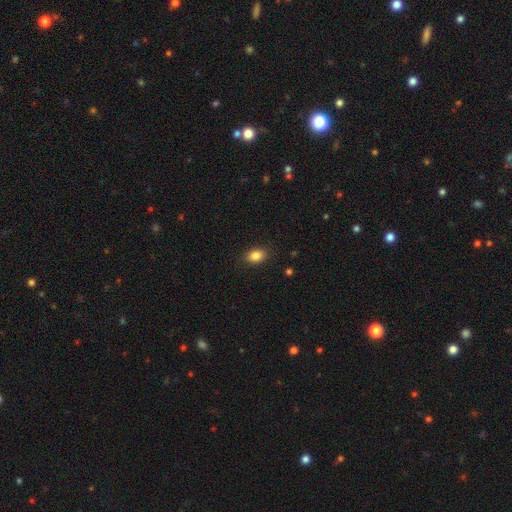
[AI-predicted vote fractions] Smooth or featured? smooth (85%)
How rounded? in between (77%)
Merging? none (88%)